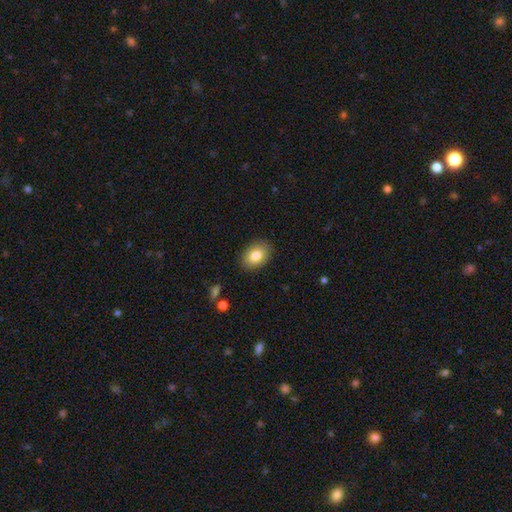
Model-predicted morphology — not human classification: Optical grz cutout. It shows a smooth galaxy with no disk features (82%) that is in between round and cigar-shaped (79%). Merging: none (88%).